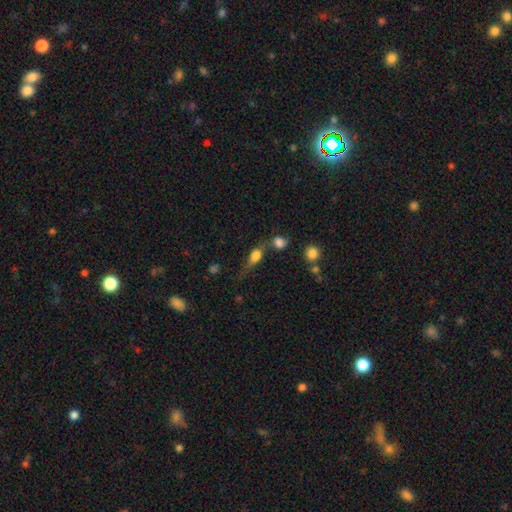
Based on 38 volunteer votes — Volunteers were most divided on "merging": none: 33%, minor disturbance: 28%, major disturbance: 28%, merger: 11%. More confident: smooth or featured — smooth (84%); how rounded — in between (69%).